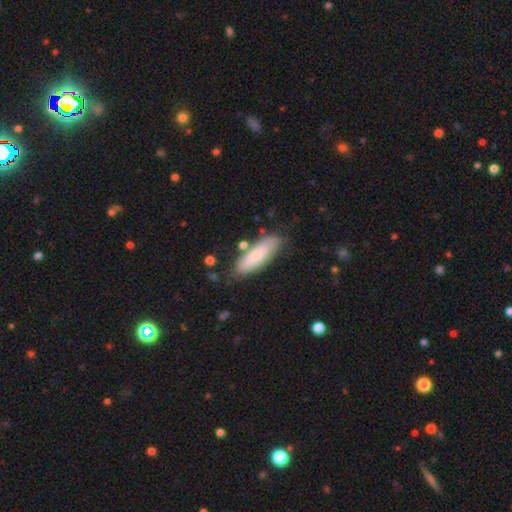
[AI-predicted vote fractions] Smooth or featured?
  - smooth: 79% *
  - featured or disk: 15%
  - star or artifact: 6%
How rounded?
  - in between: 52% *
  - cigar-shaped: 46%
  - round: 2%
Merging?
  - none: 76% *
  - minor disturbance: 16%
  - merger: 4%
  - major disturbance: 4%